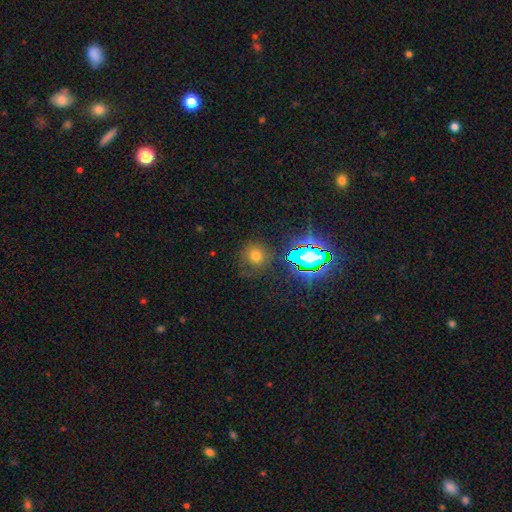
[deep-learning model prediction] Smooth or featured?
  - smooth: 62% *
  - star or artifact: 28%
  - featured or disk: 10%
How rounded?
  - round: 88% *
  - in between: 11%
  - cigar-shaped: 1%
Merging?
  - none: 75% *
  - minor disturbance: 14%
  - major disturbance: 7%
  - merger: 3%